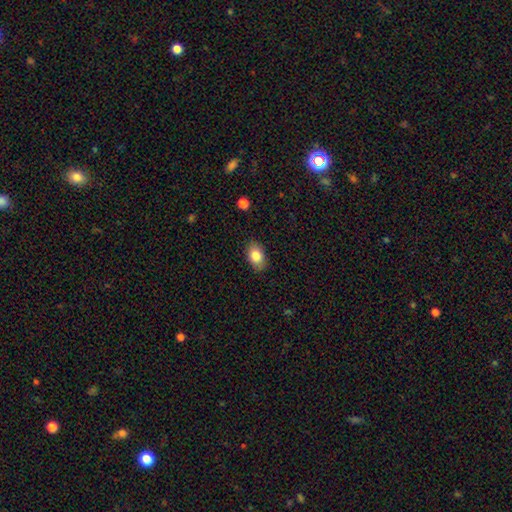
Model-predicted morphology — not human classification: A smooth galaxy with no disk features (83%) that is in between round and cigar-shaped (87%).

Vote fractions:
- Smooth or featured? smooth: 83% / featured or disk: 10% / star or artifact: 8%
- How rounded? in between: 87% / round: 12% / cigar-shaped: 1%
- Merging? none: 85% / minor disturbance: 11% / major disturbance: 3% / merger: 1%